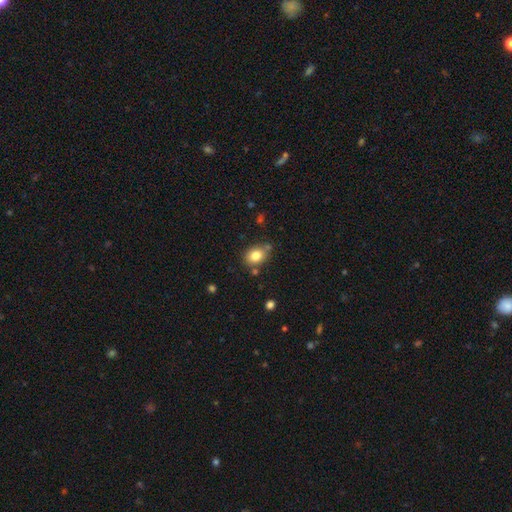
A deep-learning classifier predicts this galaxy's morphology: smooth_or_featured: smooth (p=0.82) [alt: star or artifact p=0.10]
how_rounded: in between (p=0.57) [alt: round p=0.42]
merging: none (p=0.72) [alt: minor disturbance p=0.16]